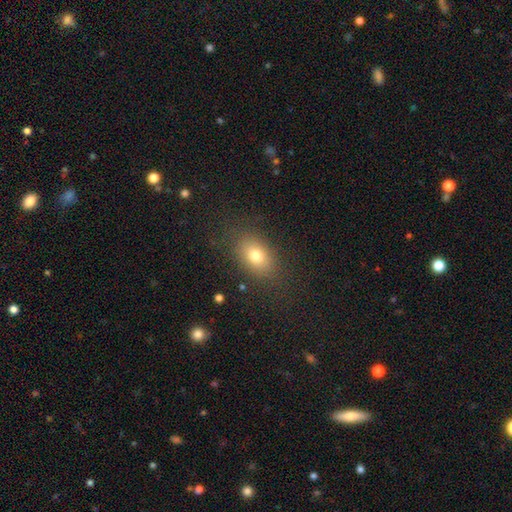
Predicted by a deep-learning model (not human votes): Smooth or featured? smooth (78%)
How rounded? in between (82%)
Merging? none (83%)